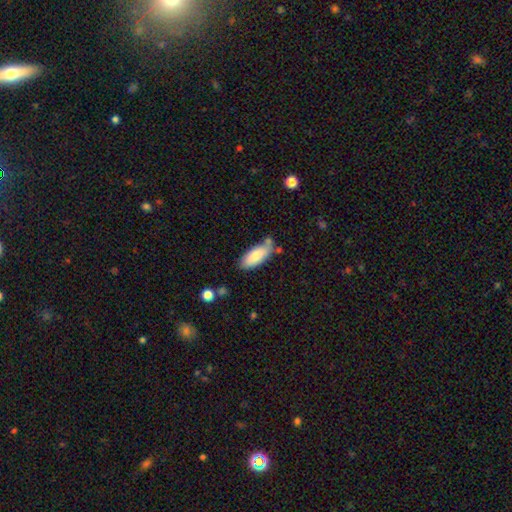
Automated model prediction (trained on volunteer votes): Smooth or featured? smooth (77%)
How rounded? in between (80%)
Merging? none (61%)